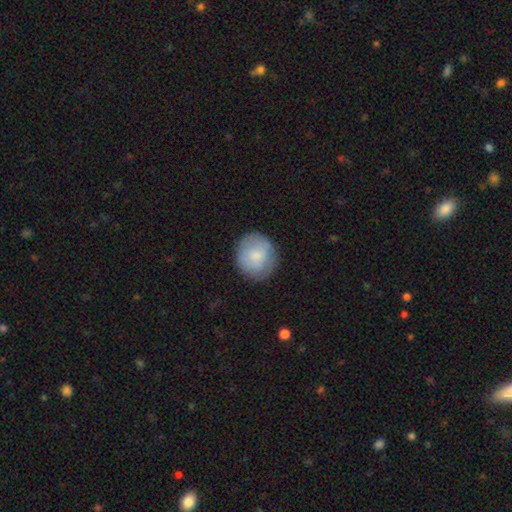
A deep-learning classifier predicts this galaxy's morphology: This is likely a smooth galaxy (78%). How rounded: clearly round (81%). Merging: clearly none (81%).